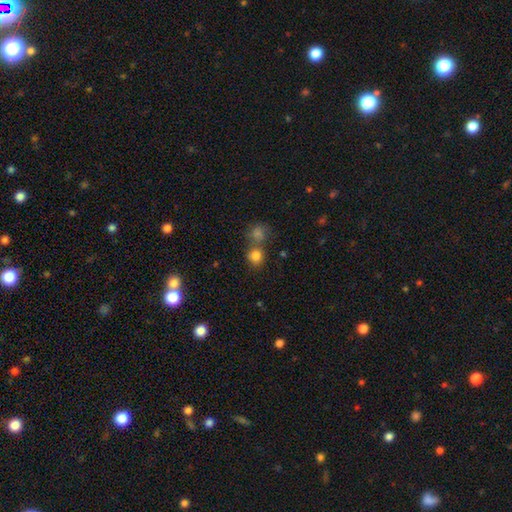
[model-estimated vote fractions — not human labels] smooth 80%, star or artifact 13%, featured or disk 7%. Down the decision tree: how rounded — round (82%); merging — none (57%).